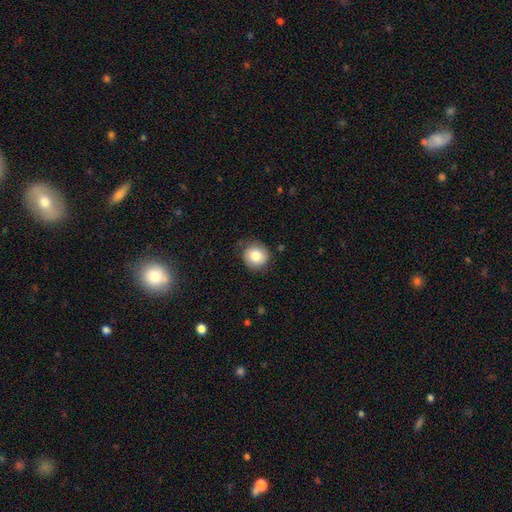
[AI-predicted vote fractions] Smooth or featured? Predicted: smooth (p=0.80). How rounded? Predicted: round (p=0.89). Merging? Predicted: none (p=0.78).